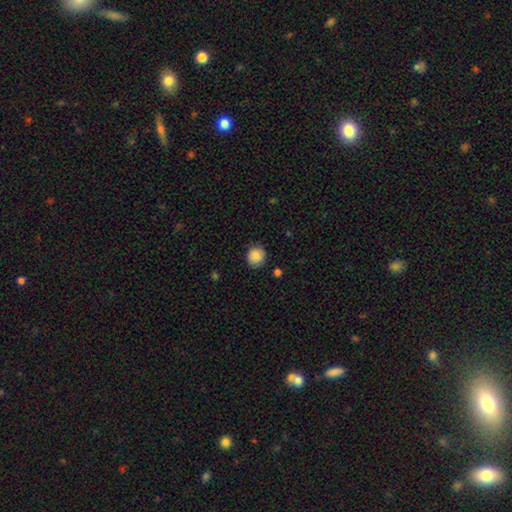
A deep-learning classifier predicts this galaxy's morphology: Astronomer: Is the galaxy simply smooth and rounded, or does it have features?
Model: smooth — 88%.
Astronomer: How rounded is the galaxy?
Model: round — 89%.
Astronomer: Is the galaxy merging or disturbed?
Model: none — 85%.